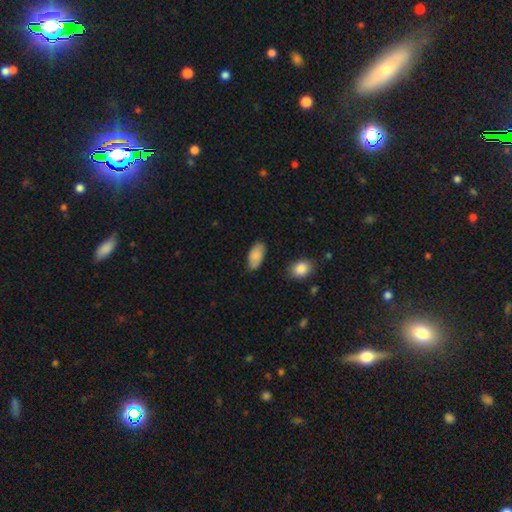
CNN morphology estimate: This appears to be a smooth galaxy with no disk features (87%) that is in between round and cigar-shaped (94%). Merging: none (79%).